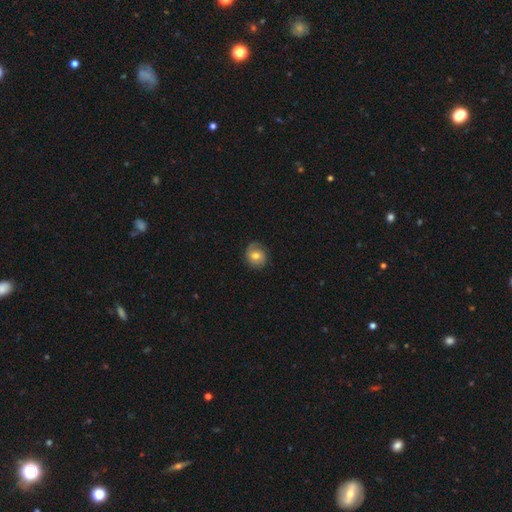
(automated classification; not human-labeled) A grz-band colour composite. It shows a smooth galaxy with no disk features (55%) that is round (79%). Merging: none (77%).